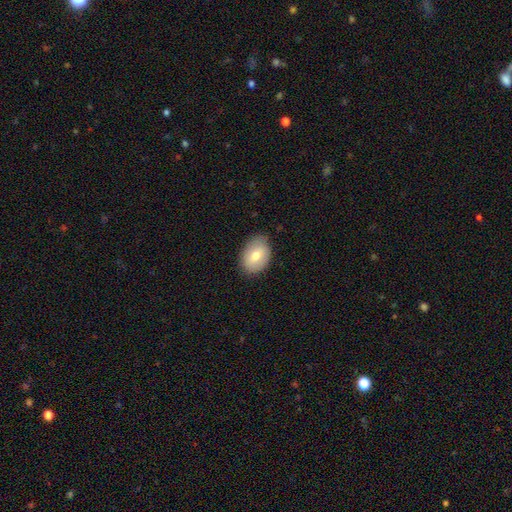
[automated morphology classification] smooth_or_featured: smooth (p=0.71) [alt: featured or disk p=0.21]
how_rounded: in between (p=0.79) [alt: round p=0.20]
merging: none (p=0.82) [alt: minor disturbance p=0.14]